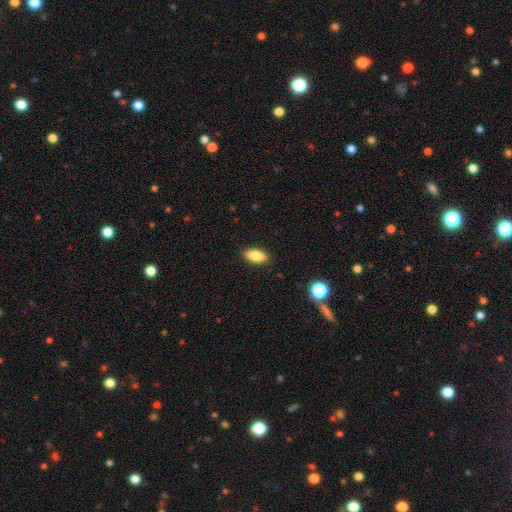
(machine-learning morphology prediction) Smooth or featured? smooth (82%)
How rounded? in between (87%)
Merging? none (89%)